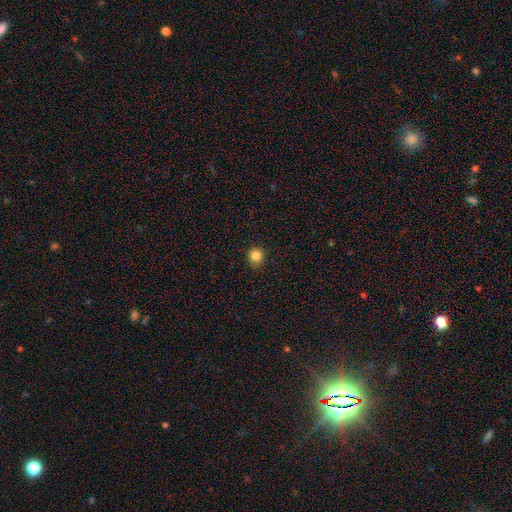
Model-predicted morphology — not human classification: Smooth or featured?
  - smooth: 84% *
  - star or artifact: 12%
  - featured or disk: 4%
How rounded?
  - round: 89% *
  - in between: 10%
  - cigar-shaped: 1%
Merging?
  - none: 90% *
  - minor disturbance: 7%
  - major disturbance: 2%
  - merger: 1%